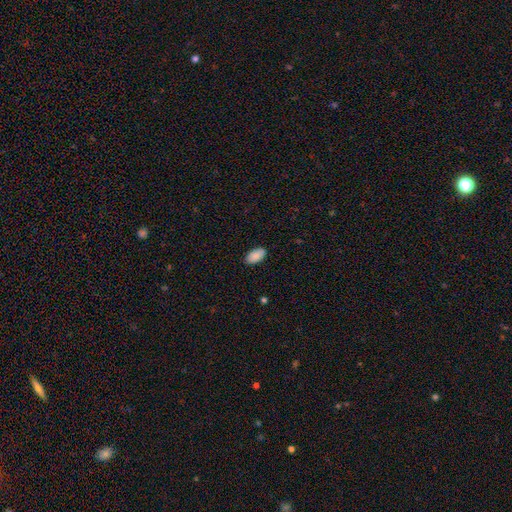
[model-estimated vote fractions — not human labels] smooth 89%, star or artifact 7%, featured or disk 4%. Down the decision tree: how rounded — in between (95%); merging — none (88%).